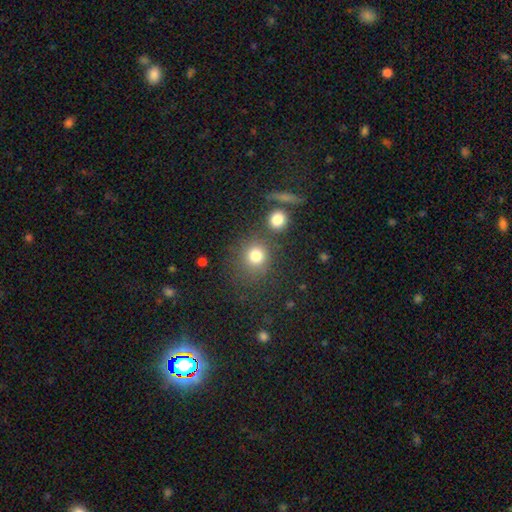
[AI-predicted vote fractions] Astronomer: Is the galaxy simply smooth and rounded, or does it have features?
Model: smooth — 78%.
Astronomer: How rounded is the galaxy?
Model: round — 85%.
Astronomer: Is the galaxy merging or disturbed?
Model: none — 69%.